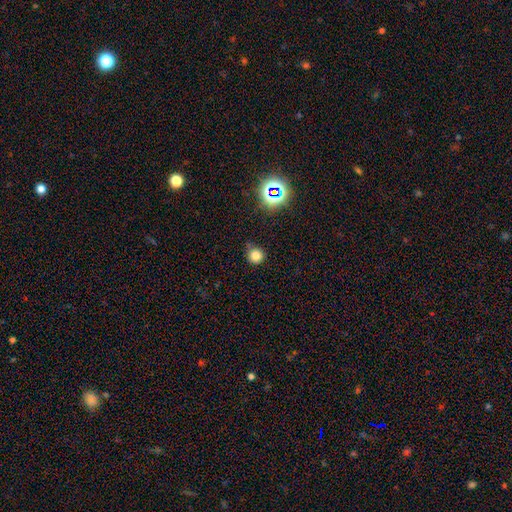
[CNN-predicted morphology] A smooth galaxy with no disk features (76%) that is round (93%).

Vote fractions:
- Smooth or featured? smooth: 76% / star or artifact: 18% / featured or disk: 6%
- How rounded? round: 93% / in between: 6% / cigar-shaped: 1%
- Merging? none: 78% / minor disturbance: 15% / merger: 4% / major disturbance: 3%